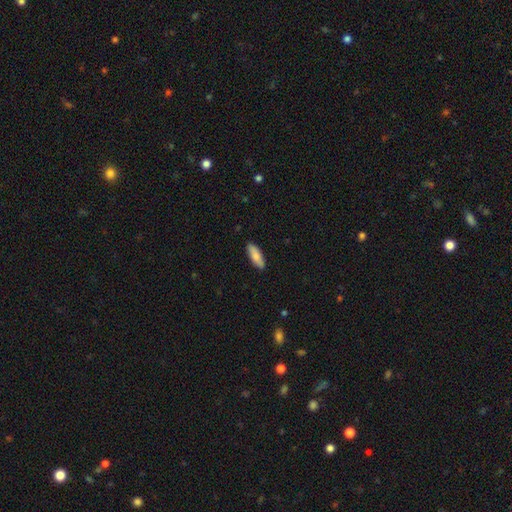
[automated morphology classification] Q: Smooth or featured?
A: smooth (82%); runner-up: featured or disk (12%)
Q: How rounded?
A: in between (59%); runner-up: cigar-shaped (39%)
Q: Merging?
A: none (89%); runner-up: minor disturbance (9%)